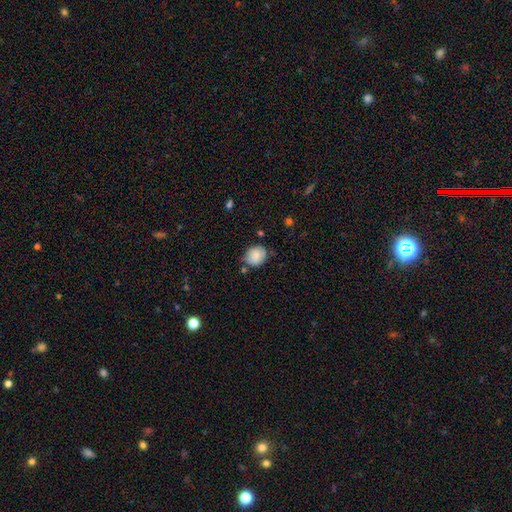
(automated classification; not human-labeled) Smooth or featured: smooth — 83% (featured or disk — 9%)
How rounded: round — 68% (in between — 31%)
Merging: none — 71% (minor disturbance — 20%)